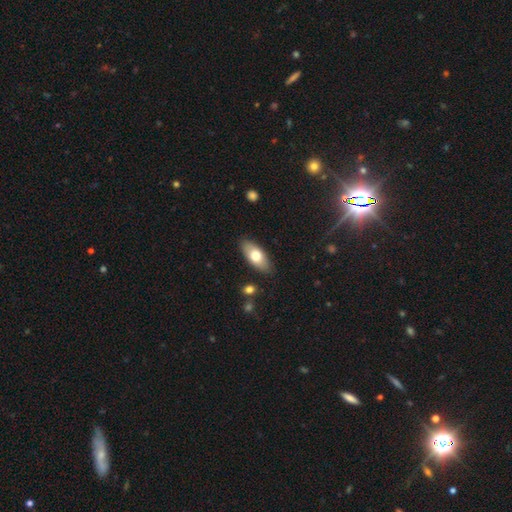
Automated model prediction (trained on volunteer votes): Smooth or featured? smooth (71%)
How rounded? in between (86%)
Merging? none (87%)